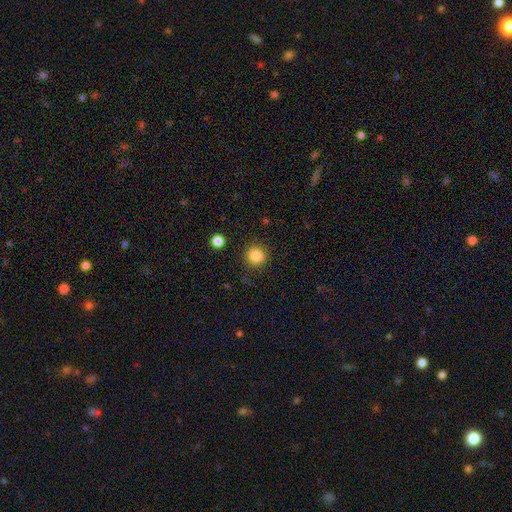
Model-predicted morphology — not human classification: Q: Smooth or featured?
A: smooth (85%); runner-up: star or artifact (11%)
Q: How rounded?
A: round (93%); runner-up: in between (6%)
Q: Merging?
A: none (88%); runner-up: minor disturbance (7%)